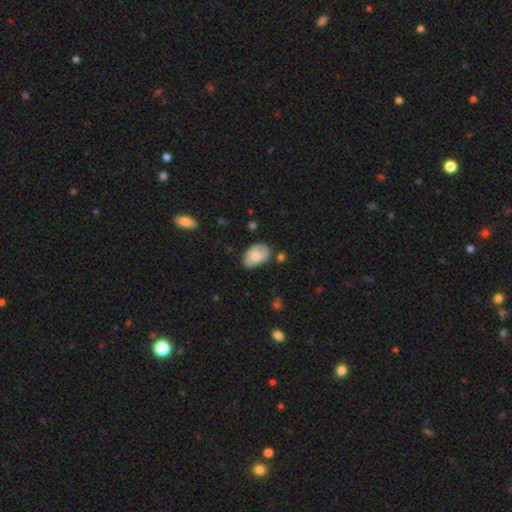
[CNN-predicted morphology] type=smooth (64%); roundness=in between (89%); merging=none (62%).